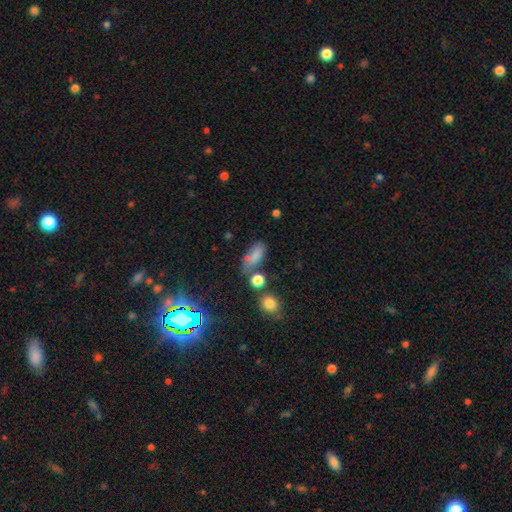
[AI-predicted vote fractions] Overall: smooth (75%). How rounded: in between (79%). Merging: none (50%; minor disturbance 22%).